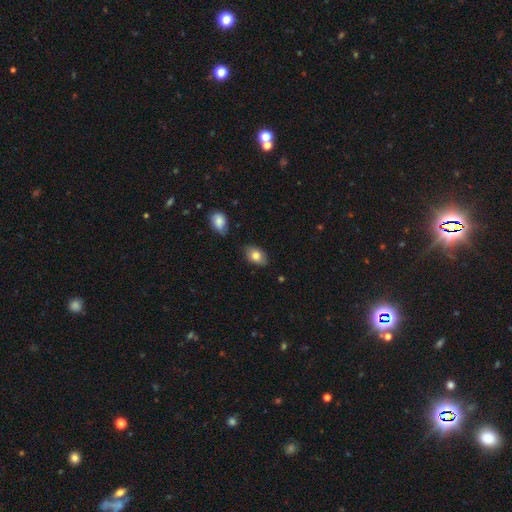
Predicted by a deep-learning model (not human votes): Smooth or featured?
  - smooth: 81% *
  - featured or disk: 11%
  - star or artifact: 8%
How rounded?
  - in between: 86% *
  - round: 12%
  - cigar-shaped: 1%
Merging?
  - none: 79% *
  - minor disturbance: 16%
  - major disturbance: 3%
  - merger: 2%